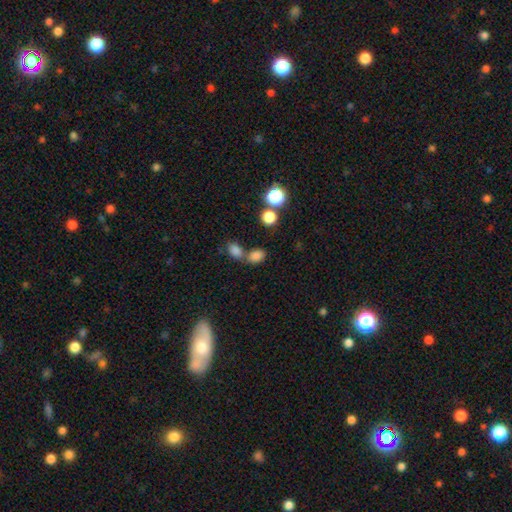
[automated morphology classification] smooth_or_featured: smooth (p=0.81) [alt: star or artifact p=0.14]
how_rounded: in between (p=0.71) [alt: round p=0.27]
merging: none (p=0.50) [alt: merger p=0.34]